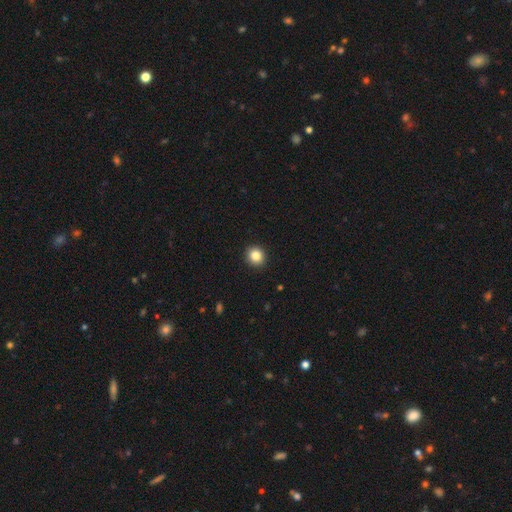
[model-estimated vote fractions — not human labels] Overall: smooth (85%). How rounded: round (90%). Merging: none (93%).